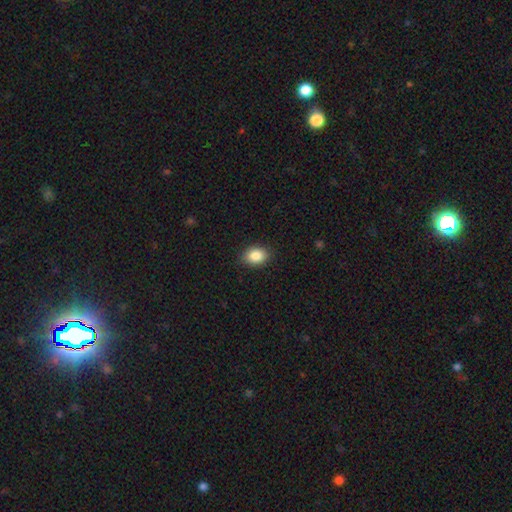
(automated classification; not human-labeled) A smooth galaxy with no disk features (87%) that is in between round and cigar-shaped (73%).

Vote fractions:
- Smooth or featured? smooth: 87% / star or artifact: 8% / featured or disk: 5%
- How rounded? in between: 73% / round: 26% / cigar-shaped: 1%
- Merging? none: 88% / minor disturbance: 9% / major disturbance: 2% / merger: 1%